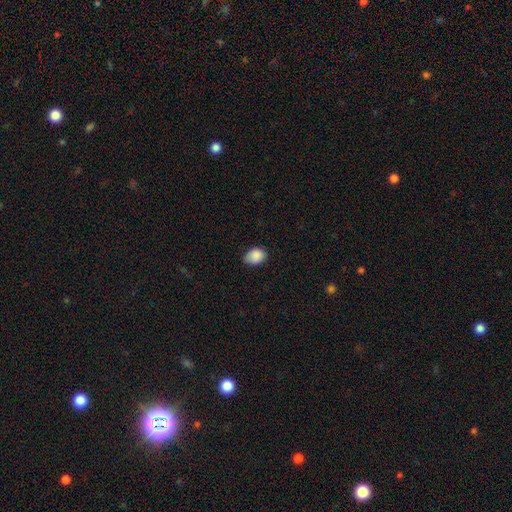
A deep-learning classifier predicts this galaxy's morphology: This is clearly a smooth galaxy (88%). How rounded: likely in between (73%). Merging: likely none (71%).